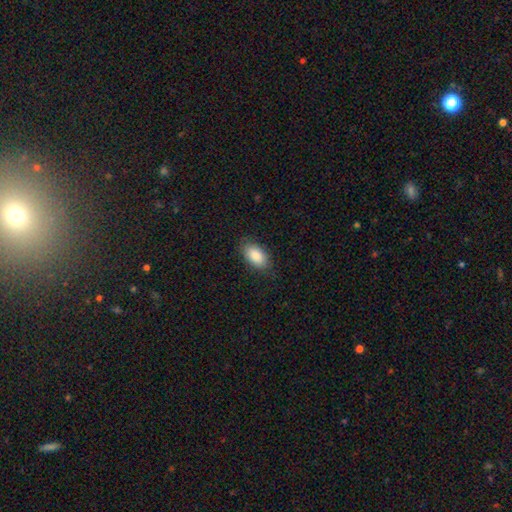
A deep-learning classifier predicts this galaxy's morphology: Q: Smooth or featured?
A: smooth (87%); runner-up: star or artifact (6%)
Q: How rounded?
A: in between (93%); runner-up: round (4%)
Q: Merging?
A: none (82%); runner-up: minor disturbance (14%)